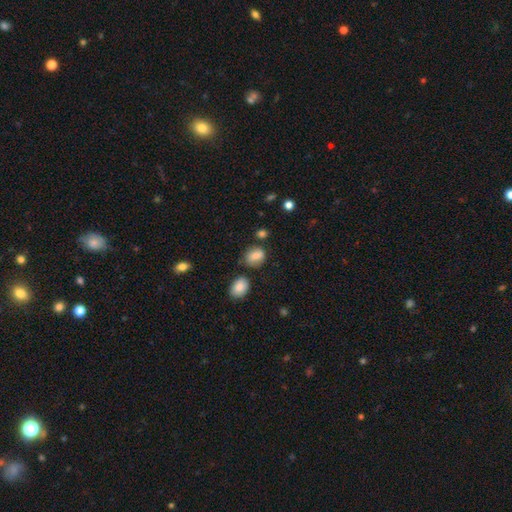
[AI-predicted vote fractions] A smooth galaxy with no disk features (78%) that is round (52%).

Vote fractions:
- Smooth or featured? smooth: 78% / featured or disk: 12% / star or artifact: 10%
- How rounded? round: 52% / in between: 47% / cigar-shaped: 1%
- Merging? none: 67% / minor disturbance: 19% / merger: 8% / major disturbance: 5%